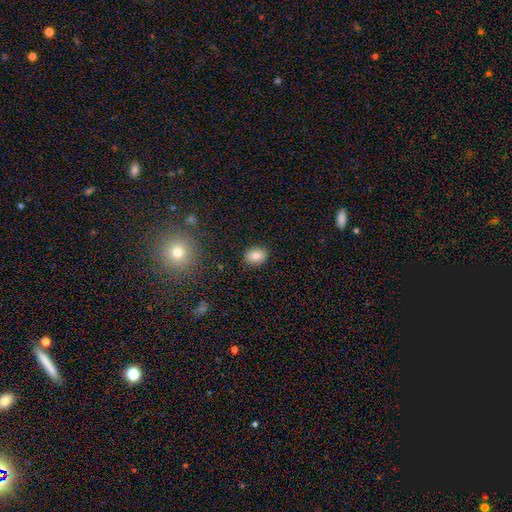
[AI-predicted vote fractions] This appears to be a smooth galaxy with no disk features (83%) that is in between round and cigar-shaped (64%). Merging: none (88%).